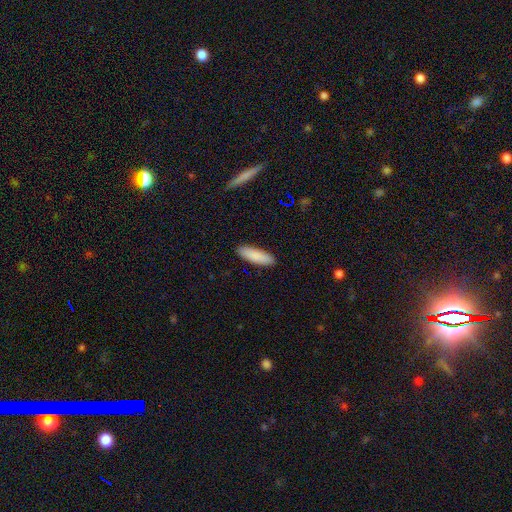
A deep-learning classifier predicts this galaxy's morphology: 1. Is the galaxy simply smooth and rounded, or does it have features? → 88% smooth, 6% star or artifact, 6% featured or disk.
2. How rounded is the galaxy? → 52% cigar-shaped, 46% in between, 2% round.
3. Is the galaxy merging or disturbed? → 90% none, 7% minor disturbance, 2% major disturbance, 1% merger.